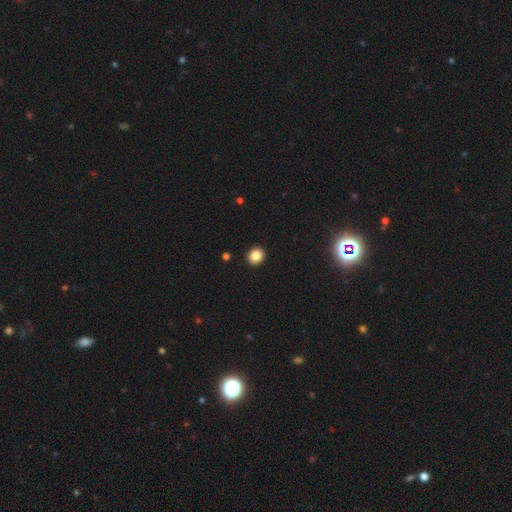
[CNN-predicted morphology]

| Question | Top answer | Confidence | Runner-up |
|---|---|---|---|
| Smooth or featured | smooth | 86% | star or artifact (10%) |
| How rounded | round | 80% | in between (19%) |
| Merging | none | 92% | minor disturbance (5%) |